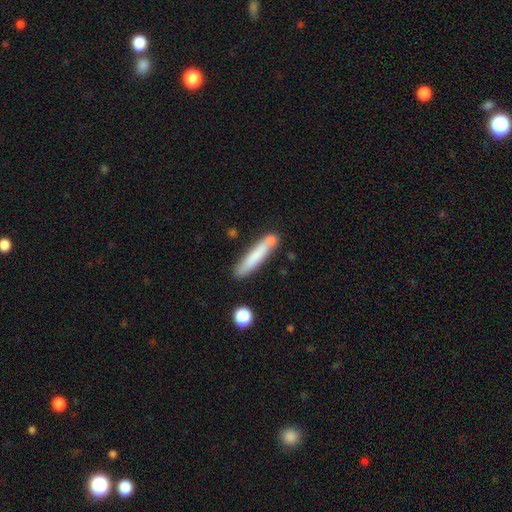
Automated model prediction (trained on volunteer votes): This is likely a smooth galaxy (73%). How rounded: clearly cigar-shaped (91%). Merging: likely none (69%).